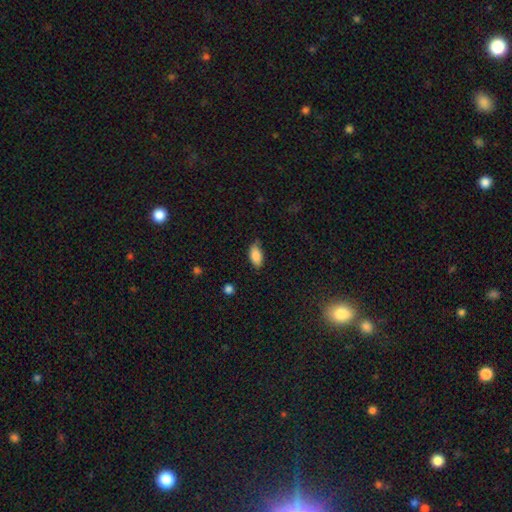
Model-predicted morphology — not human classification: smooth_or_featured: smooth (p=0.86) [alt: star or artifact p=0.07]
how_rounded: in between (p=0.91) [alt: cigar-shaped p=0.06]
merging: none (p=0.71) [alt: minor disturbance p=0.24]